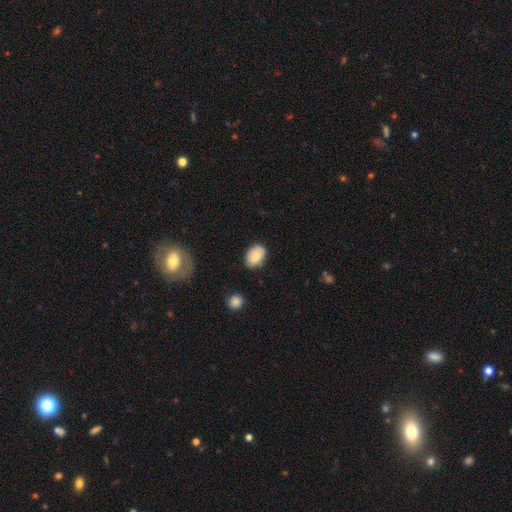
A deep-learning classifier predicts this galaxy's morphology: A smooth galaxy with no disk features (79%) that is in between round and cigar-shaped (79%).

Vote fractions:
- Smooth or featured? smooth: 79% / featured or disk: 14% / star or artifact: 7%
- How rounded? in between: 79% / round: 20% / cigar-shaped: 1%
- Merging? none: 79% / minor disturbance: 16% / major disturbance: 3% / merger: 2%